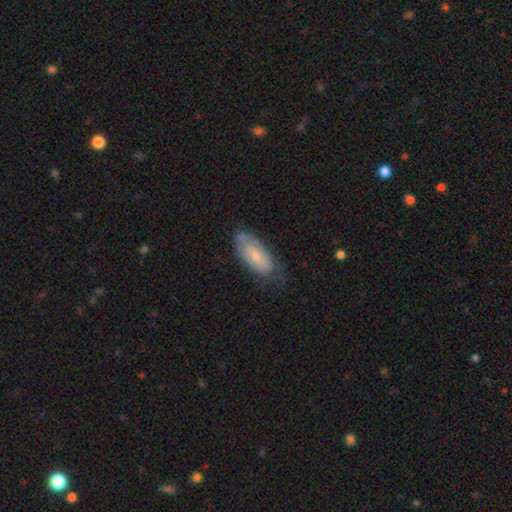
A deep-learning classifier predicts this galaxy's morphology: Overall: smooth (62%; featured or disk 31%). How rounded: in between (85%). Merging: none (53%; minor disturbance 32%).